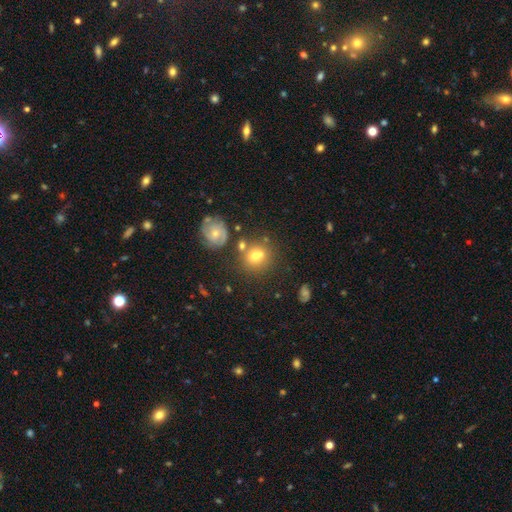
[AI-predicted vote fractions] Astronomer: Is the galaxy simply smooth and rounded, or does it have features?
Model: smooth — 66%.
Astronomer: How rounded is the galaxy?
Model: round — 78%.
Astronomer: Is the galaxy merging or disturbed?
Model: none — 61%.